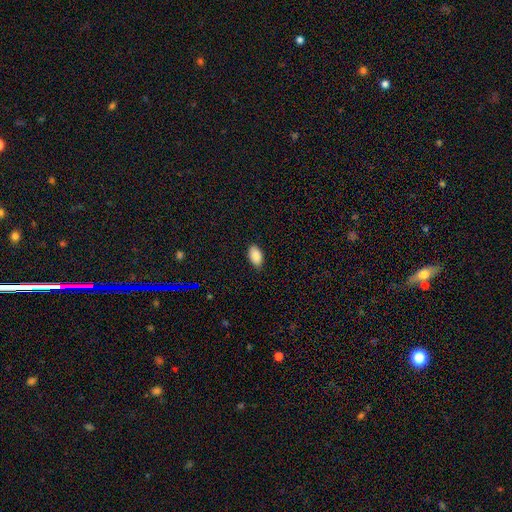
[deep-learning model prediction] A smooth galaxy with no disk features (89%) that is in between round and cigar-shaped (95%). Merging: none (86%).